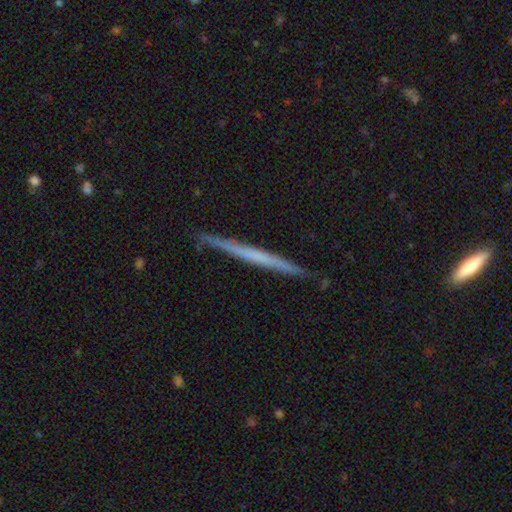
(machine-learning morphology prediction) Smooth or featured? Predicted: featured or disk (p=0.55). Edge-on disk? Predicted: yes (p=0.98). Edge-on bulge? Predicted: none (p=0.89). Merging? Predicted: none (p=0.90).